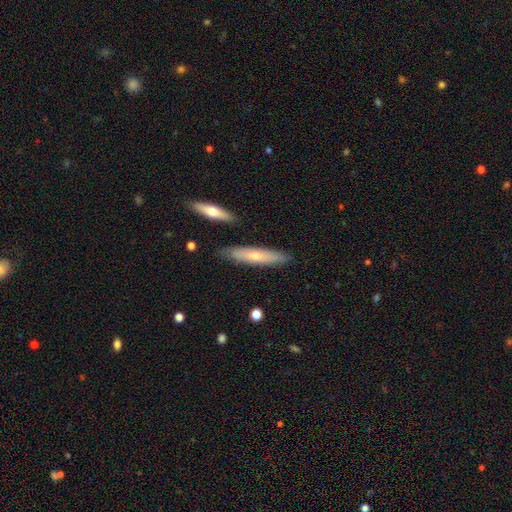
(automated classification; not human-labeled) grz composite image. It shows a smooth galaxy with no disk features (57%) that is cigar-shaped (86%). Merging: none (85%).